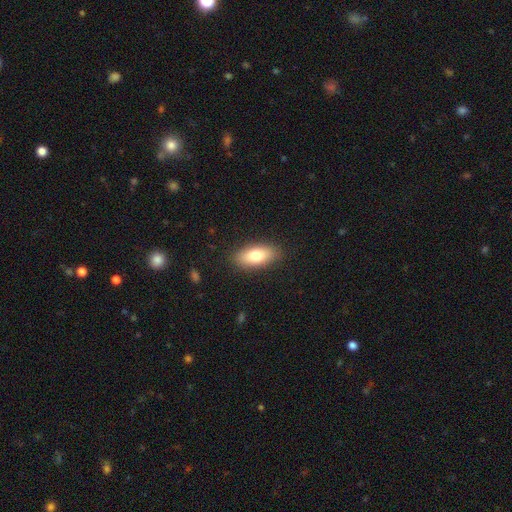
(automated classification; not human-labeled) Morphology: type=smooth (77%); roundness=in between (83%); merging=none (87%).